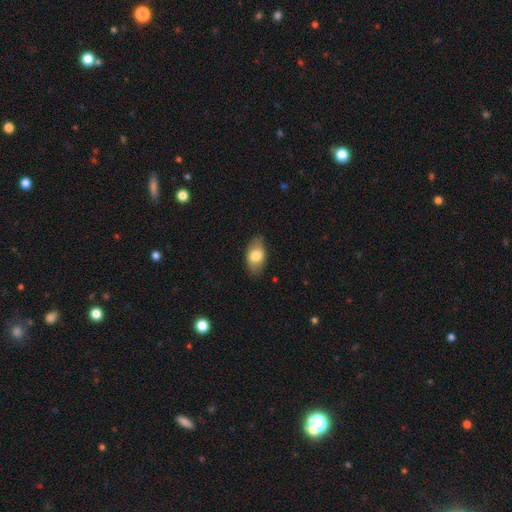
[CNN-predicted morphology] Smooth or featured? smooth (75%)
How rounded? in between (92%)
Merging? none (82%)